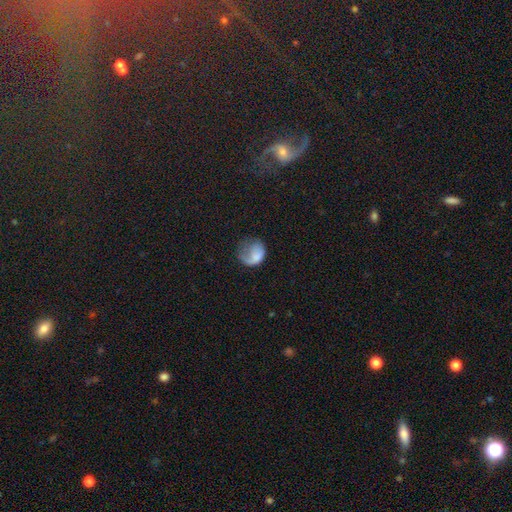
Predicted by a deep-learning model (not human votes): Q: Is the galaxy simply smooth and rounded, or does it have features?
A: smooth — 61%.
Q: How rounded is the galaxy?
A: round — 55%.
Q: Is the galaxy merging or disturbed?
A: major disturbance — 48%.